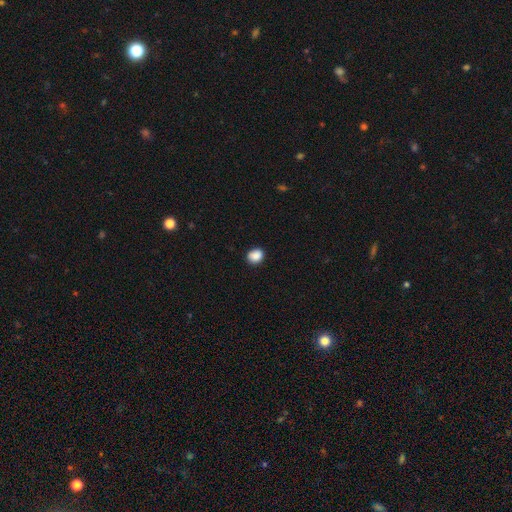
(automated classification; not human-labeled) smooth 89%, star or artifact 8%, featured or disk 3%. Down the decision tree: how rounded — round (55%); merging — none (87%).